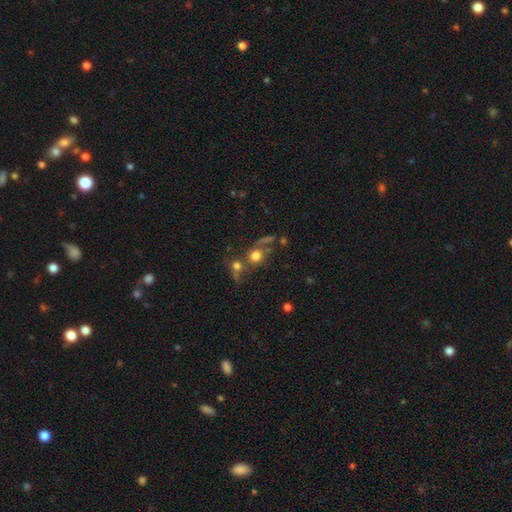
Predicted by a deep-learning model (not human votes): Morphology: type=smooth (71%); roundness=round (82%); merging=none (42%).